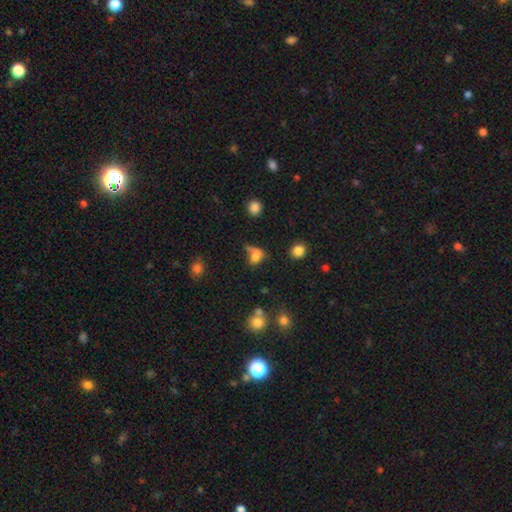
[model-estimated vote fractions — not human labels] Morphology: type=smooth (70%); roundness=in between (57%); merging=none (35%).